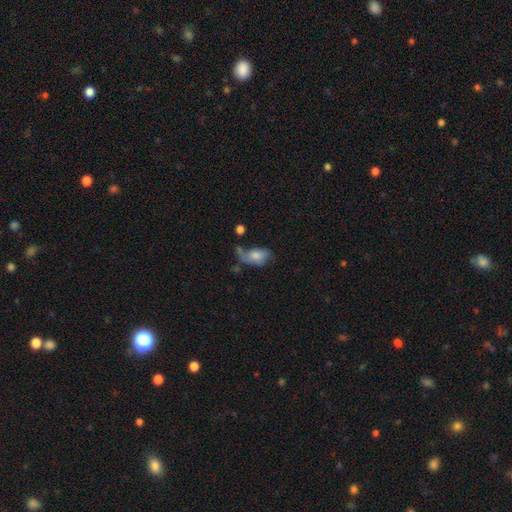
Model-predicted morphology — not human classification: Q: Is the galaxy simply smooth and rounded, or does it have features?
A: smooth — 64%.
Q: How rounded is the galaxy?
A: in between — 87%.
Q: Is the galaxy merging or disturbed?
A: major disturbance — 36%.